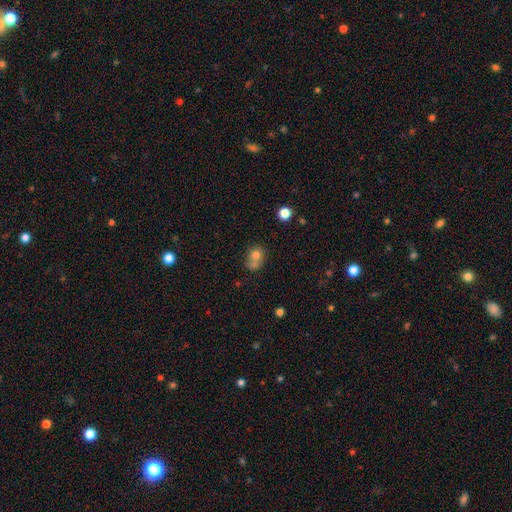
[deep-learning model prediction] Smooth or featured?
  - smooth: 72% *
  - featured or disk: 14%
  - star or artifact: 13%
How rounded?
  - round: 69% *
  - in between: 30%
  - cigar-shaped: 1%
Merging?
  - merger: 50% *
  - none: 33%
  - minor disturbance: 11%
  - major disturbance: 6%